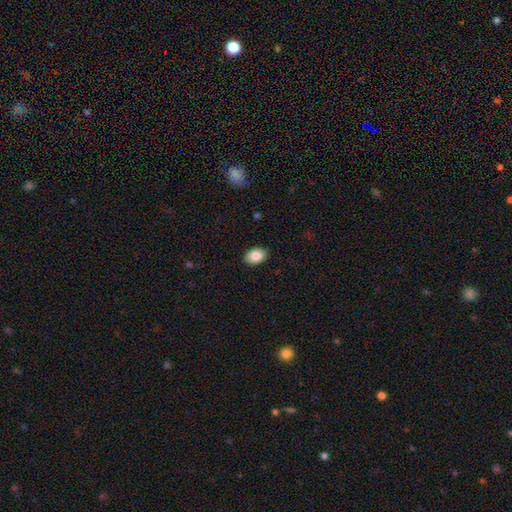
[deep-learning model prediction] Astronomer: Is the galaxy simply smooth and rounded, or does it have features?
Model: smooth — 86%.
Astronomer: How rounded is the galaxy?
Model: in between — 85%.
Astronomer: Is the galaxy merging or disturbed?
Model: none — 88%.